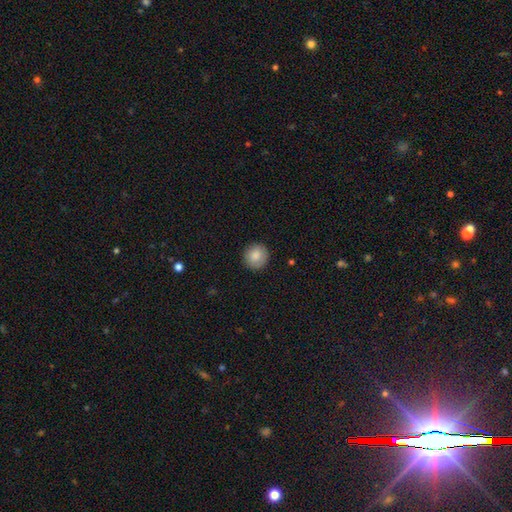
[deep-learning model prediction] This is clearly a smooth galaxy (86%). How rounded: clearly round (92%). Merging: clearly none (90%).